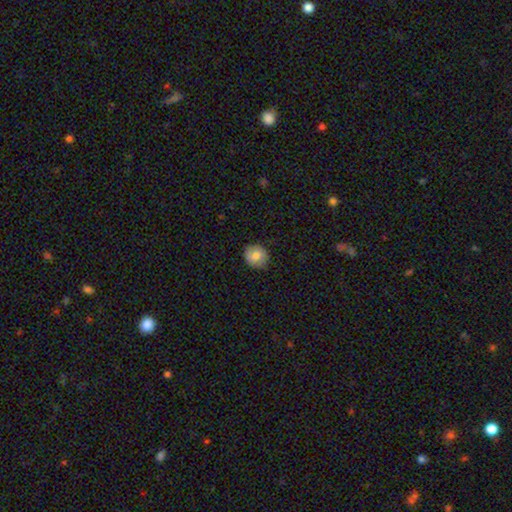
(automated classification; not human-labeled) Smooth or featured? smooth (76%)
How rounded? round (85%)
Merging? none (85%)